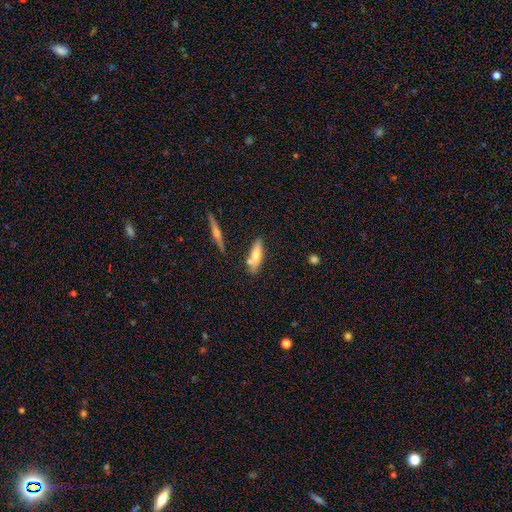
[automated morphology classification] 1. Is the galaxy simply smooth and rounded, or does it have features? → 68% smooth, 26% featured or disk, 7% star or artifact.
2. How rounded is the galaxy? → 52% cigar-shaped, 46% in between, 2% round.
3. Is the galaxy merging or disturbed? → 69% none, 16% minor disturbance, 11% merger, 4% major disturbance.